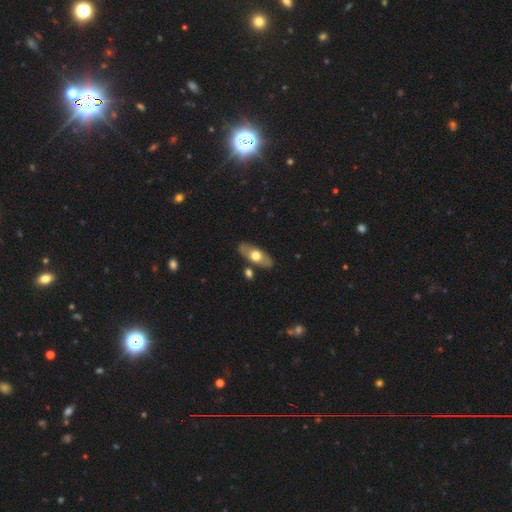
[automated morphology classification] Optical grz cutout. It shows a smooth galaxy with no disk features (53%) that is in between round and cigar-shaped (80%). Merging: none (82%).